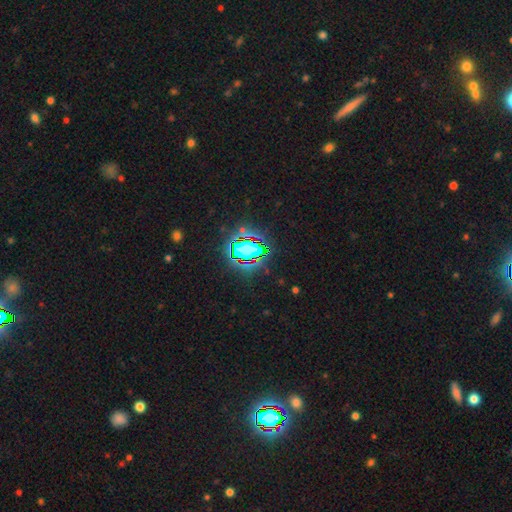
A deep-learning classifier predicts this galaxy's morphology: This is likely a star or artifact rather than a galaxy (80%).